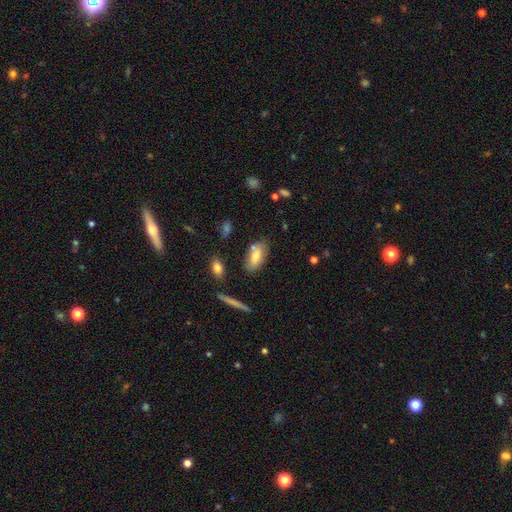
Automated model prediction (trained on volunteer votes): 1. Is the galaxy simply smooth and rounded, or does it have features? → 74% smooth, 18% featured or disk, 8% star or artifact.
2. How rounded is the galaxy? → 84% in between, 14% cigar-shaped, 3% round.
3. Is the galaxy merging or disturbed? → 71% none, 17% minor disturbance, 8% merger, 4% major disturbance.